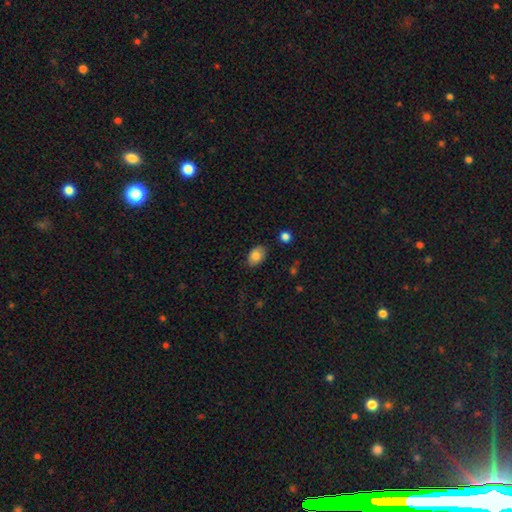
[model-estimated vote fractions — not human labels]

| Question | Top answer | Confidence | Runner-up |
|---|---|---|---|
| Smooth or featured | smooth | 83% | featured or disk (9%) |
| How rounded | in between | 86% | round (12%) |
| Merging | none | 83% | minor disturbance (13%) |